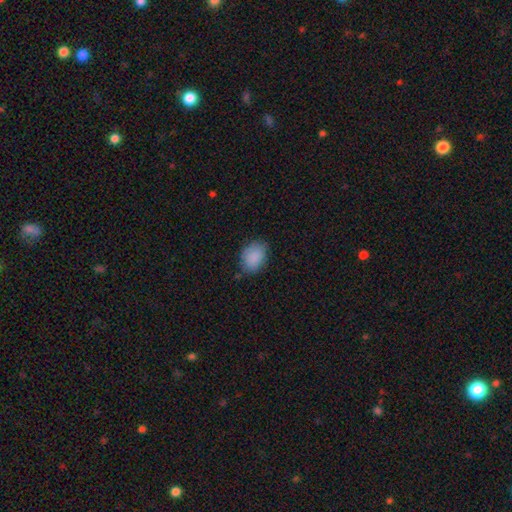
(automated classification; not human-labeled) This is clearly a smooth galaxy (88%). How rounded: likely in between (74%). Merging: likely none (75%).